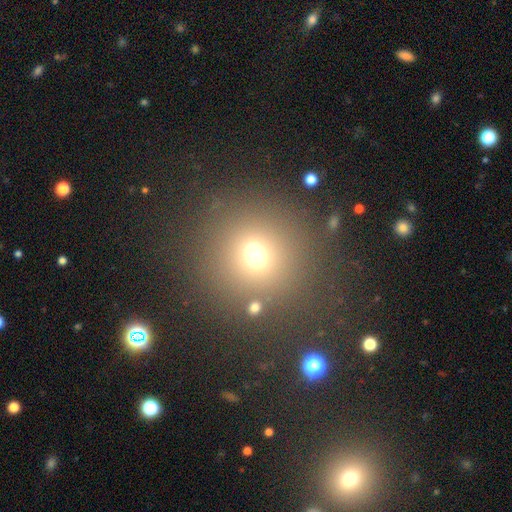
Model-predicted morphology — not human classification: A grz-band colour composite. It shows a smooth galaxy with no disk features (64%) that is round (89%). Merging: none (69%).